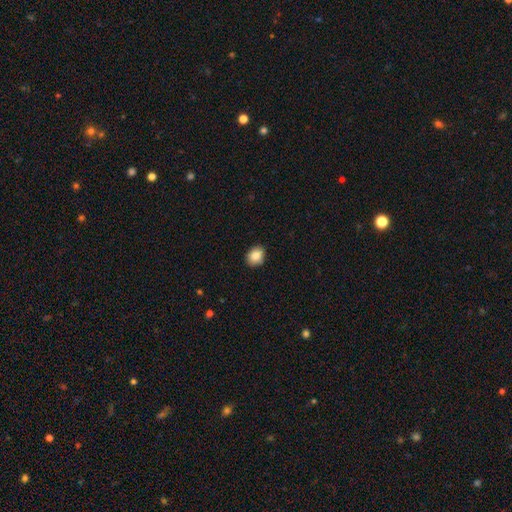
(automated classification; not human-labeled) Q: Smooth or featured?
A: smooth (87%); runner-up: star or artifact (8%)
Q: How rounded?
A: in between (55%); runner-up: round (44%)
Q: Merging?
A: none (88%); runner-up: minor disturbance (9%)